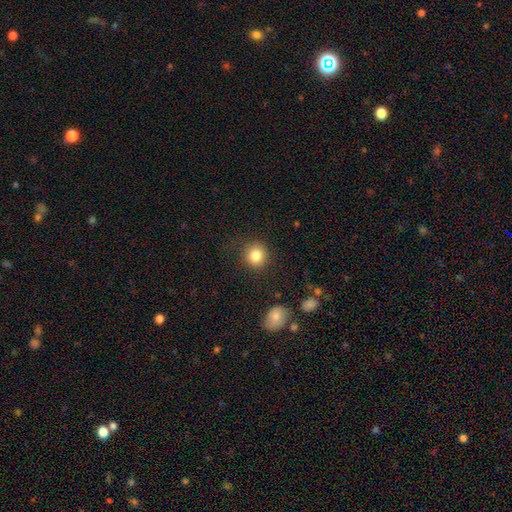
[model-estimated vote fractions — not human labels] Q: Smooth or featured?
A: smooth (84%); runner-up: star or artifact (10%)
Q: How rounded?
A: round (89%); runner-up: in between (10%)
Q: Merging?
A: none (86%); runner-up: minor disturbance (9%)